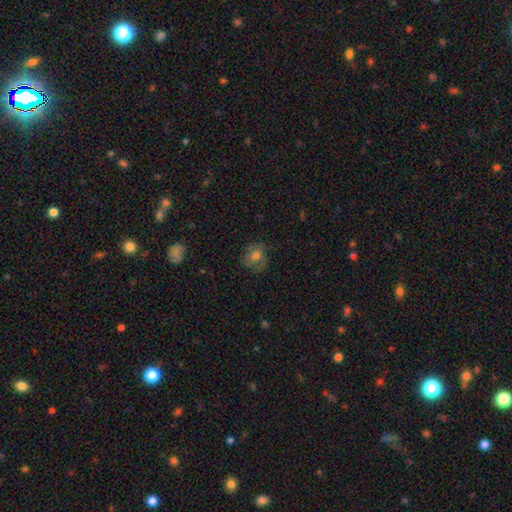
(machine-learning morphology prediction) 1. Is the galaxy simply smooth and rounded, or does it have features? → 59% smooth, 29% featured or disk, 12% star or artifact.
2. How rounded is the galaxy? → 69% round, 30% in between, 1% cigar-shaped.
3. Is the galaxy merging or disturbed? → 67% none, 21% minor disturbance, 11% major disturbance, 1% merger.